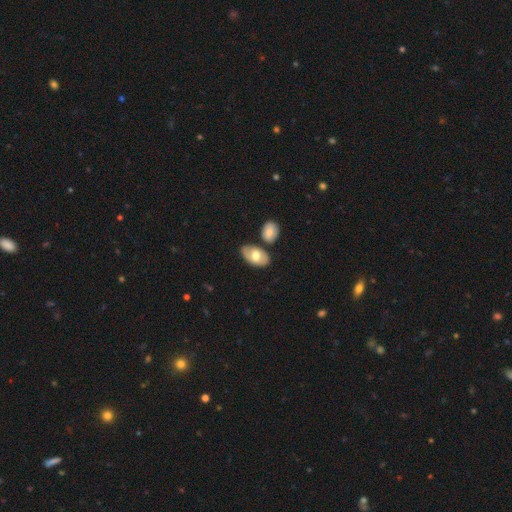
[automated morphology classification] type=smooth (61%); roundness=in between (93%); merging=none (68%).